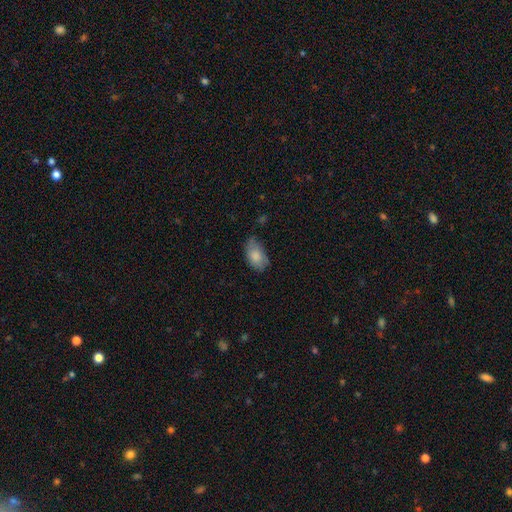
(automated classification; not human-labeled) Smooth or featured? Predicted: smooth (p=0.79). How rounded? Predicted: in between (p=0.93). Merging? Predicted: none (p=0.57).